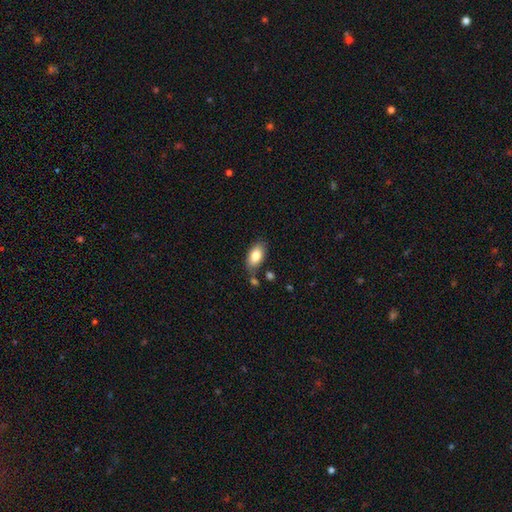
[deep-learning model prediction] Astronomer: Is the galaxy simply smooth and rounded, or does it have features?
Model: smooth — 82%.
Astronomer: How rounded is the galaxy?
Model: in between — 93%.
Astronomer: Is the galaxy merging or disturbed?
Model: none — 75%.